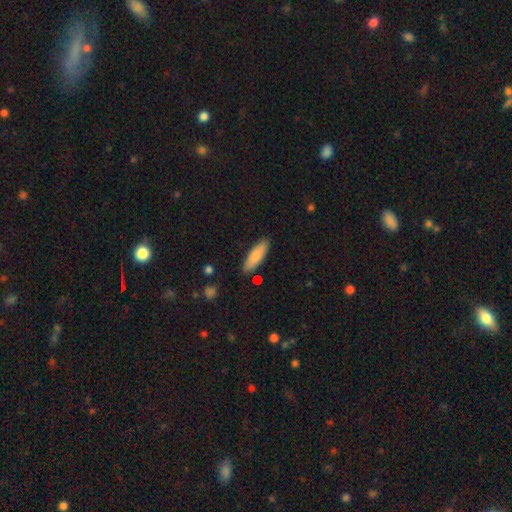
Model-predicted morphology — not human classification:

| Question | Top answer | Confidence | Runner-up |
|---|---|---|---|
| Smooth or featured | smooth | 78% | featured or disk (16%) |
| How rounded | in between | 50% | cigar-shaped (48%) |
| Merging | none | 85% | minor disturbance (10%) |